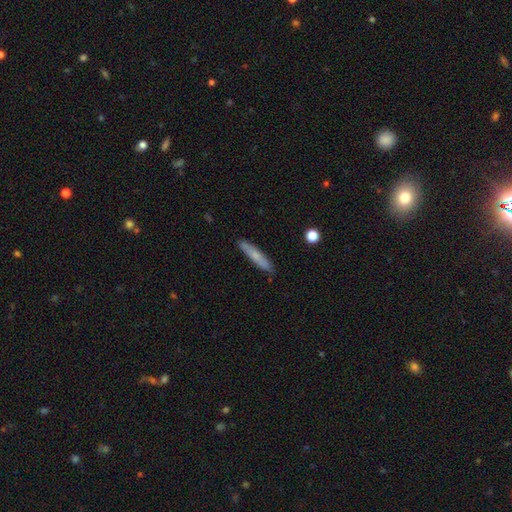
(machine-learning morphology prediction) Smooth or featured?
  - smooth: 68% *
  - featured or disk: 25%
  - star or artifact: 6%
How rounded?
  - cigar-shaped: 90% *
  - in between: 8%
  - round: 1%
Merging?
  - none: 88% *
  - minor disturbance: 9%
  - major disturbance: 2%
  - merger: 1%